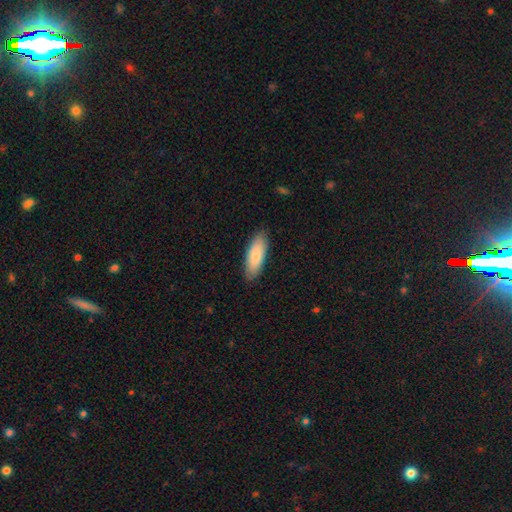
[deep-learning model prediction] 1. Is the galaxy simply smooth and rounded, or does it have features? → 84% smooth, 11% featured or disk, 5% star or artifact.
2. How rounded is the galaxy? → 69% in between, 30% cigar-shaped, 2% round.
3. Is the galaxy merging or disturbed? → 87% none, 11% minor disturbance, 2% major disturbance, 1% merger.